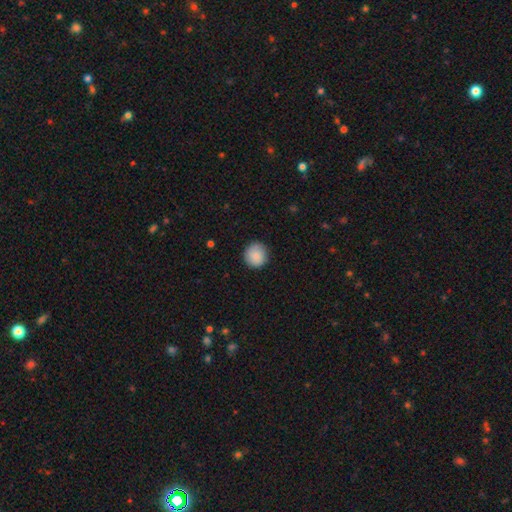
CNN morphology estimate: A smooth galaxy with no disk features (87%) that is round (93%). Merging: none (87%).